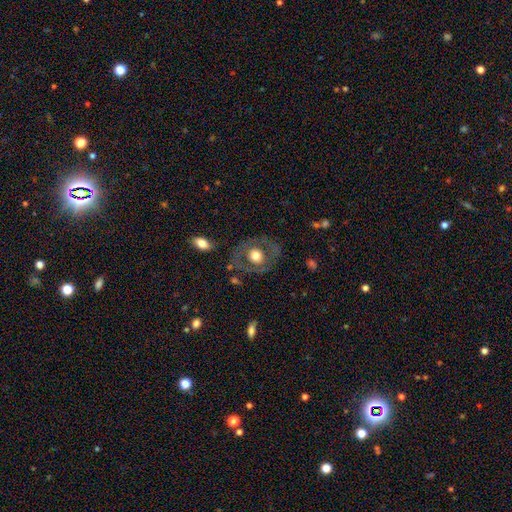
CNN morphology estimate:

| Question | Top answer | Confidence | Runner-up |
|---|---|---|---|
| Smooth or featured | smooth | 48% | featured or disk (44%) |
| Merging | none | 78% | minor disturbance (13%) |